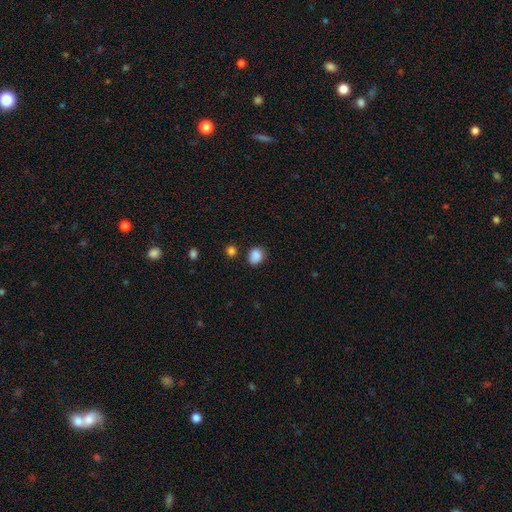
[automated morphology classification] This appears to be a smooth galaxy with no disk features (86%) that is round (61%). Merging: none (75%).